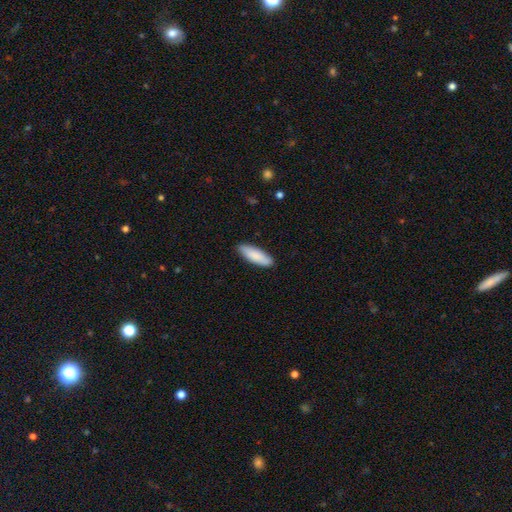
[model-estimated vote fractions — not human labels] This is clearly a smooth galaxy (87%). How rounded: possibly in between (57%). Merging: clearly none (88%).